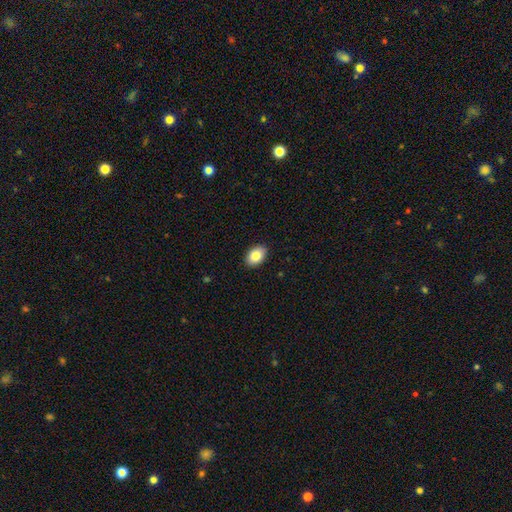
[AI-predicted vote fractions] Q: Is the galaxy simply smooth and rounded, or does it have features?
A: smooth — 86%.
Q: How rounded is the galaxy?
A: in between — 87%.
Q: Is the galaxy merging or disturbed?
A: none — 89%.